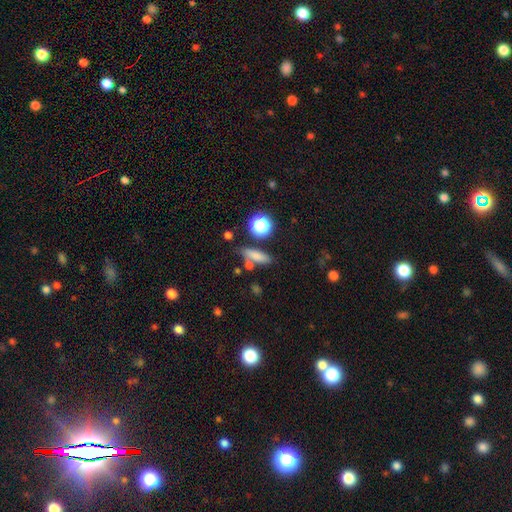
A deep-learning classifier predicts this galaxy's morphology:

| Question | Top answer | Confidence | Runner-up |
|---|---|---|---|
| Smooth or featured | smooth | 75% | star or artifact (13%) |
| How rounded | cigar-shaped | 52% | in between (37%) |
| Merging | none | 71% | minor disturbance (14%) |